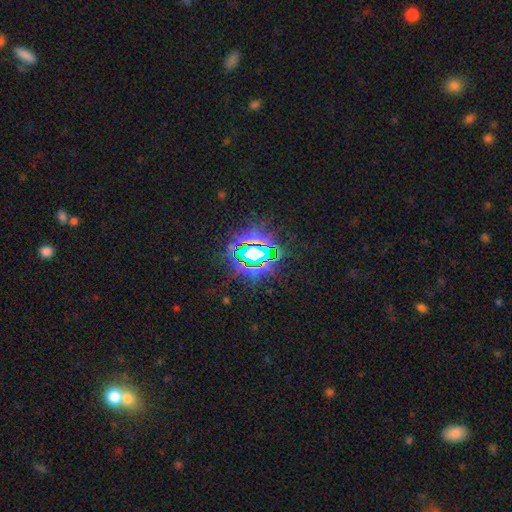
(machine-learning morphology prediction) This appears to be a star or artifact, not a galaxy (77%).